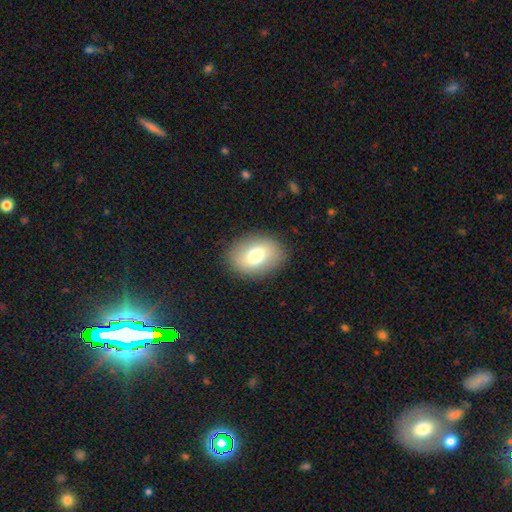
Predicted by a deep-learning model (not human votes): A smooth galaxy with no disk features (73%) that is in between round and cigar-shaped (74%).

Vote fractions:
- Smooth or featured? smooth: 73% / featured or disk: 18% / star or artifact: 9%
- How rounded? in between: 74% / round: 25% / cigar-shaped: 1%
- Merging? none: 88% / minor disturbance: 8% / major disturbance: 3% / merger: 1%